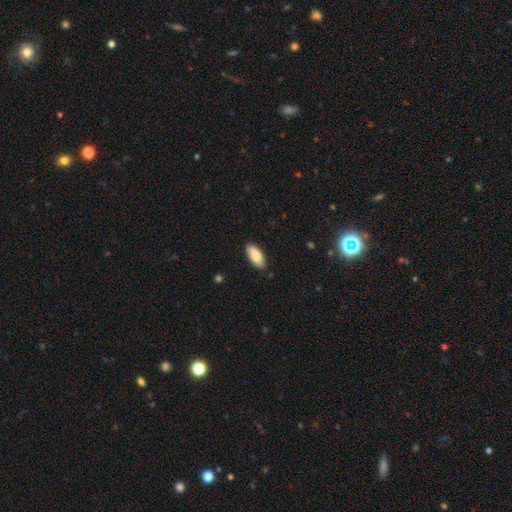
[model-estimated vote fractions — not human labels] smooth 88%, featured or disk 6%, star or artifact 6%. Down the decision tree: how rounded — in between (90%); merging — none (83%).